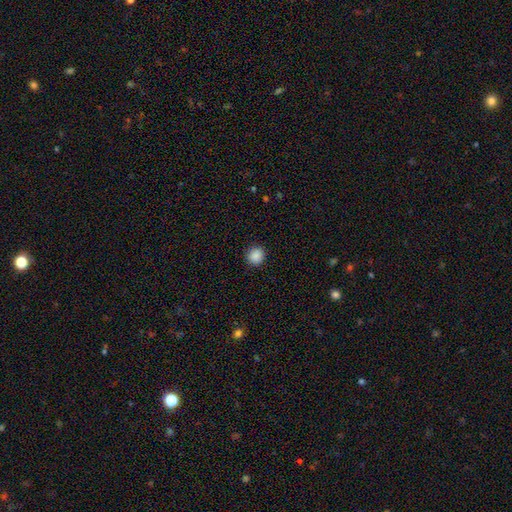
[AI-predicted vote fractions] This is clearly a smooth galaxy (89%). How rounded: clearly round (87%). Merging: clearly none (91%).